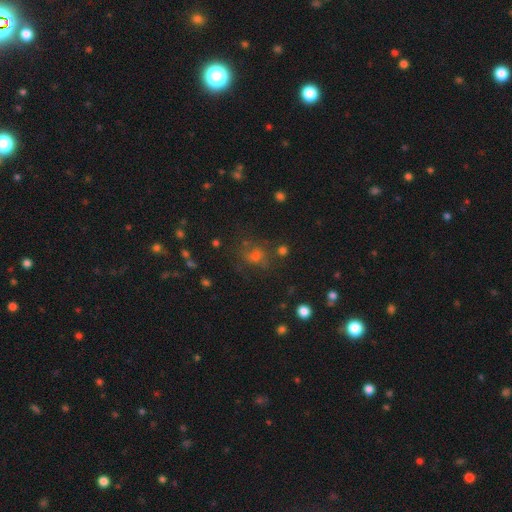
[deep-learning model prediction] Overall: smooth (50%; star or artifact 32%). How rounded: round (56%; in between 42%). Merging: none (61%).